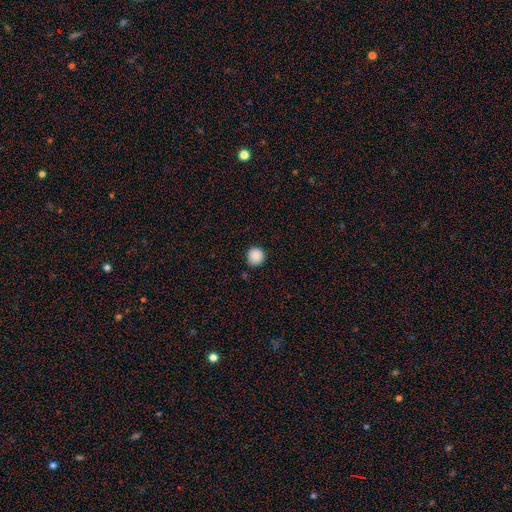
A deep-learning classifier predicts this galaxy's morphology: smooth_or_featured: smooth (p=0.88) [alt: star or artifact p=0.09]
how_rounded: round (p=0.94) [alt: in between p=0.05]
merging: none (p=0.88) [alt: minor disturbance p=0.08]